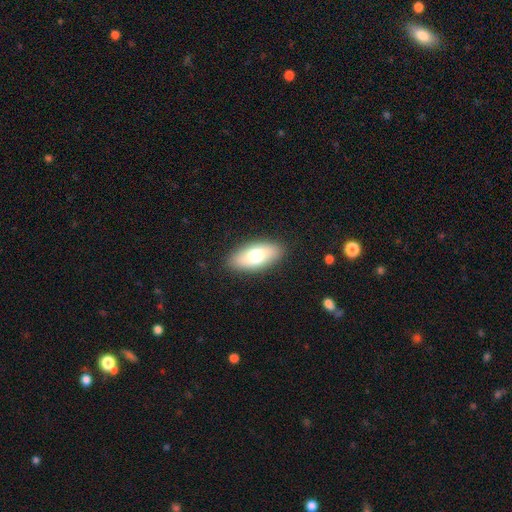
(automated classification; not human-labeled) A smooth galaxy with no disk features (70%) that is in between round and cigar-shaped (88%).

Vote fractions:
- Smooth or featured? smooth: 70% / featured or disk: 23% / star or artifact: 6%
- How rounded? in between: 88% / cigar-shaped: 9% / round: 3%
- Merging? none: 88% / minor disturbance: 9% / major disturbance: 2% / merger: 1%